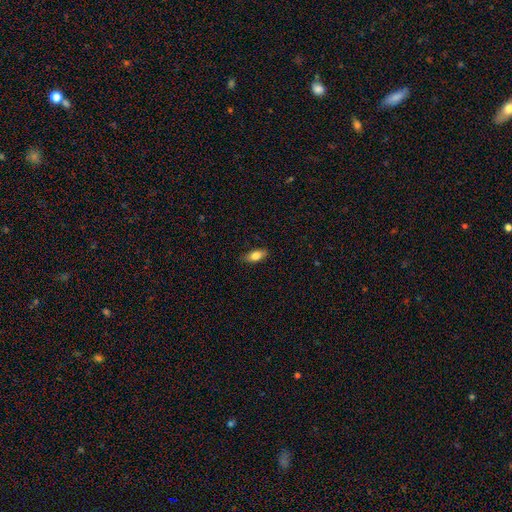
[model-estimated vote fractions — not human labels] Overall: smooth (81%). How rounded: in between (84%). Merging: none (83%).